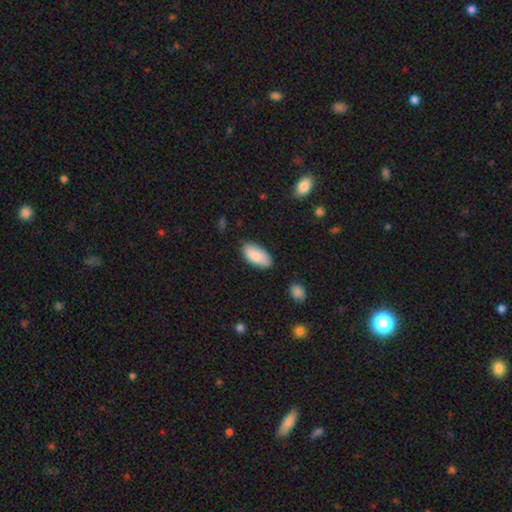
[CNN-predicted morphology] This is clearly a smooth galaxy (83%). How rounded: clearly in between (94%). Merging: likely none (78%).